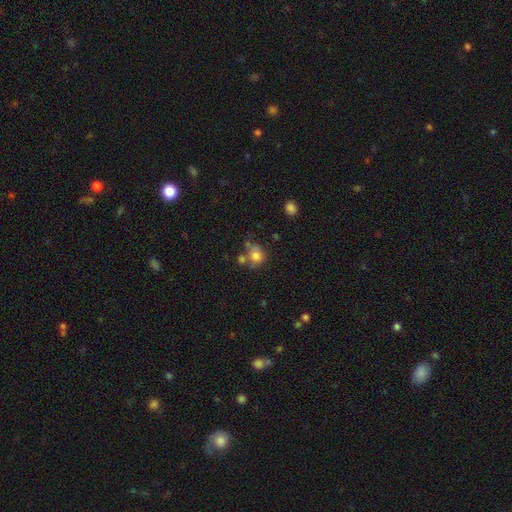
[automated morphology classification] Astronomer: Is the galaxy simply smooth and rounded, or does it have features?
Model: smooth — 76%.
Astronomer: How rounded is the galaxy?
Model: round — 76%.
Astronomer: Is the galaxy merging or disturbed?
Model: none — 47% (runner-up: merger, 27%).